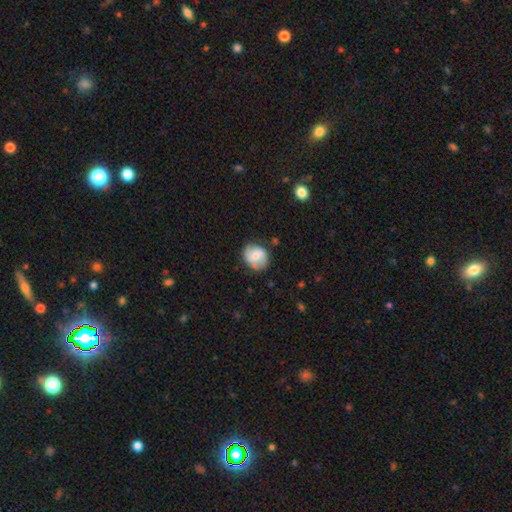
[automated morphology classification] Smooth or featured: smooth — 48% (featured or disk — 45%)
Merging: none — 70% (minor disturbance — 21%)